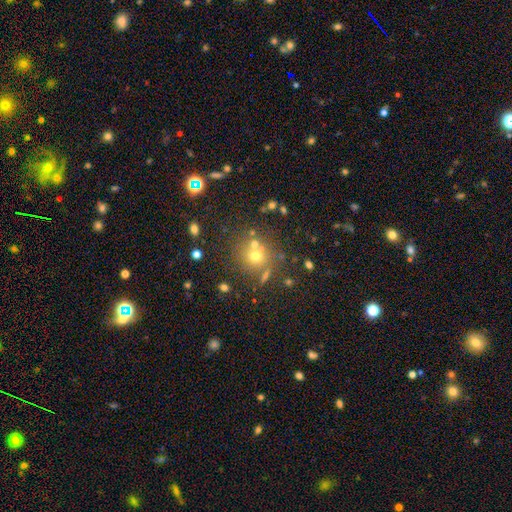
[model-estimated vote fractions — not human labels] Smooth or featured?
  - smooth: 61% *
  - star or artifact: 25%
  - featured or disk: 14%
How rounded?
  - round: 88% *
  - in between: 11%
  - cigar-shaped: 1%
Merging?
  - none: 68% *
  - merger: 17%
  - minor disturbance: 10%
  - major disturbance: 5%